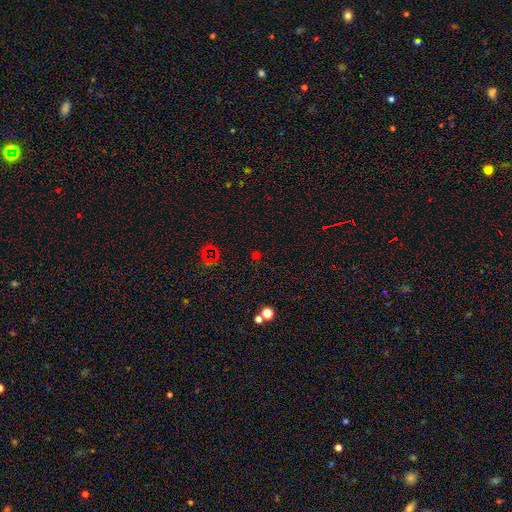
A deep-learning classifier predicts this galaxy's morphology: Smooth or featured?
  - star or artifact: 50% *
  - smooth: 43%
  - featured or disk: 8%